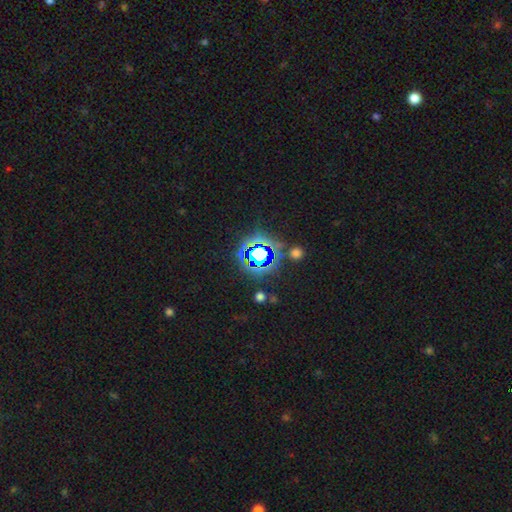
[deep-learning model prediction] This appears to be a star or artifact, not a galaxy (73%).